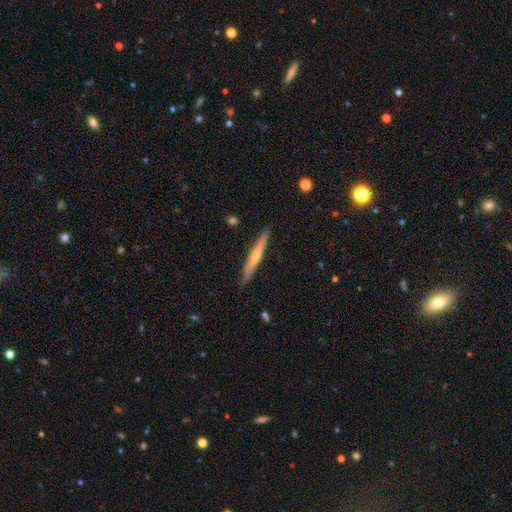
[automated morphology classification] Overall: featured or disk (48%; smooth 47%). Merging: none (87%).